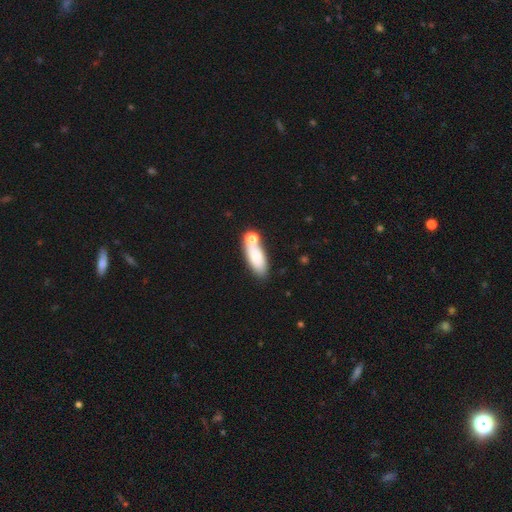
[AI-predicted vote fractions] Smooth or featured: smooth — 78% (featured or disk — 15%)
How rounded: in between — 68% (cigar-shaped — 29%)
Merging: none — 53% (merger — 28%)